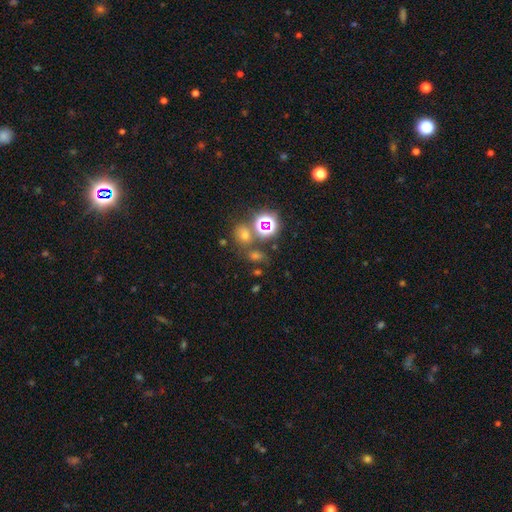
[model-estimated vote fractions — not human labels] Morphology: type=star or artifact (51%).